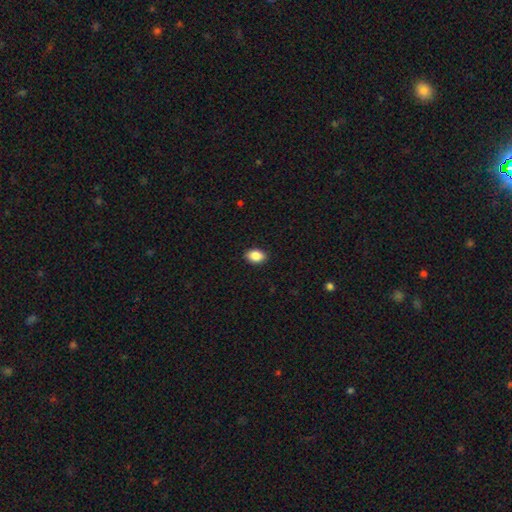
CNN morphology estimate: Smooth or featured?
  - smooth: 88% *
  - star or artifact: 8%
  - featured or disk: 4%
How rounded?
  - in between: 82% *
  - round: 17%
  - cigar-shaped: 1%
Merging?
  - none: 90% *
  - minor disturbance: 8%
  - major disturbance: 2%
  - merger: 1%